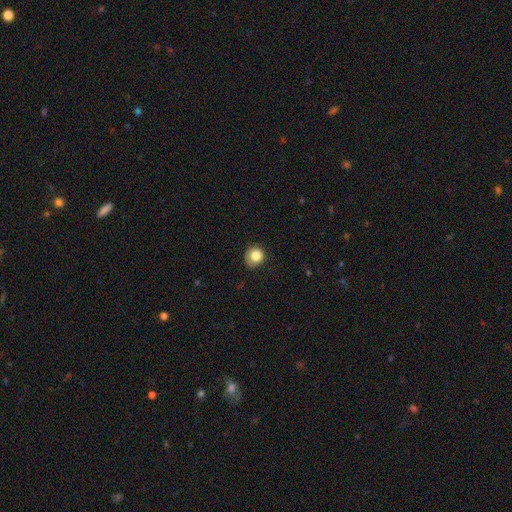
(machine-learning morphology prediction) A smooth galaxy with no disk features (82%) that is round (80%).

Vote fractions:
- Smooth or featured? smooth: 82% / star or artifact: 10% / featured or disk: 8%
- How rounded? round: 80% / in between: 19% / cigar-shaped: 1%
- Merging? none: 69% / minor disturbance: 24% / major disturbance: 5% / merger: 1%